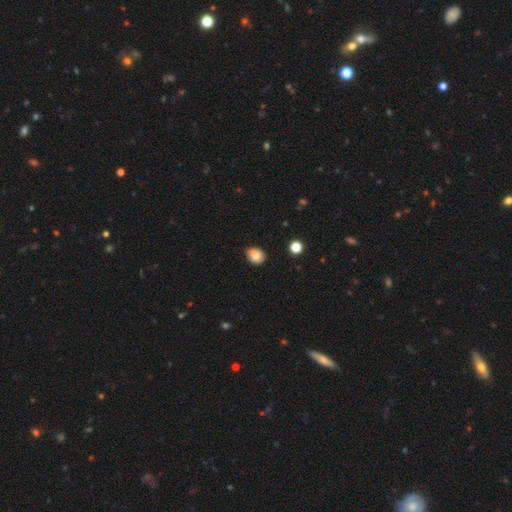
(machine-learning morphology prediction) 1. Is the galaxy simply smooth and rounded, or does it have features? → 82% smooth, 10% star or artifact, 8% featured or disk.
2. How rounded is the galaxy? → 60% round, 40% in between, 1% cigar-shaped.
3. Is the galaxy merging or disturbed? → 83% none, 14% minor disturbance, 2% major disturbance, 1% merger.